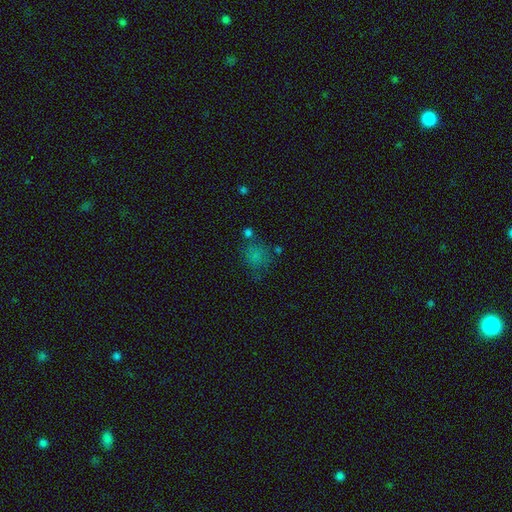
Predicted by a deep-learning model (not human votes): smooth-or-featured: smooth: 68% | star or artifact: 22% | featured or disk: 9%
  how-rounded: round: 74% | in between: 25% | cigar-shaped: 1%
  merging: none: 58% | minor disturbance: 19% | merger: 12% | major disturbance: 10%